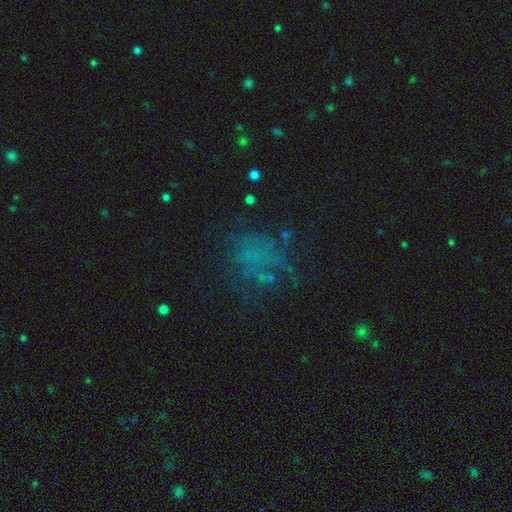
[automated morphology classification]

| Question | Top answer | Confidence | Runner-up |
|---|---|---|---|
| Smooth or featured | featured or disk | 36% | smooth (33%) |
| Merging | none | 52% | major disturbance (27%) |